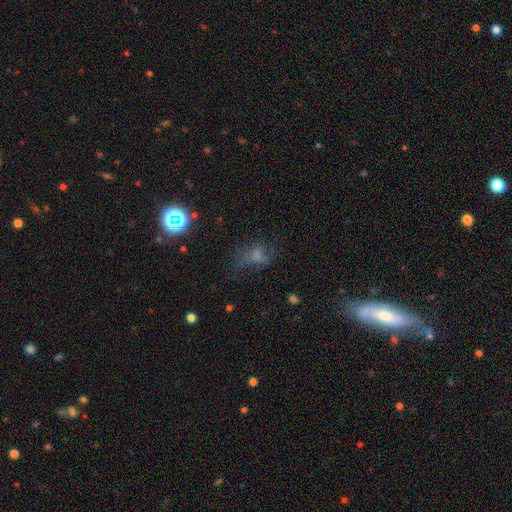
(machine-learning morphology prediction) Smooth or featured? Predicted: smooth (p=0.50). Merging? Predicted: none (p=0.42).